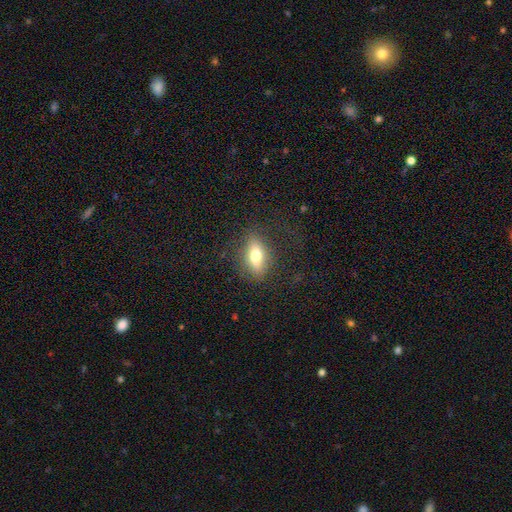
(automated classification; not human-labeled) Smooth or featured? Predicted: smooth (p=0.68). How rounded? Predicted: in between (p=0.77). Merging? Predicted: none (p=0.78).